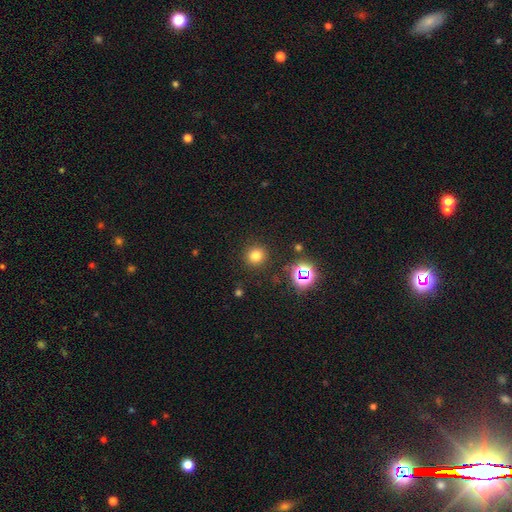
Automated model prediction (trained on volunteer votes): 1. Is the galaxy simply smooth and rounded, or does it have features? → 75% smooth, 19% star or artifact, 6% featured or disk.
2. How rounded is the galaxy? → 92% round, 7% in between, 1% cigar-shaped.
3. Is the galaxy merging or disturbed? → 90% none, 6% minor disturbance, 3% major disturbance, 2% merger.